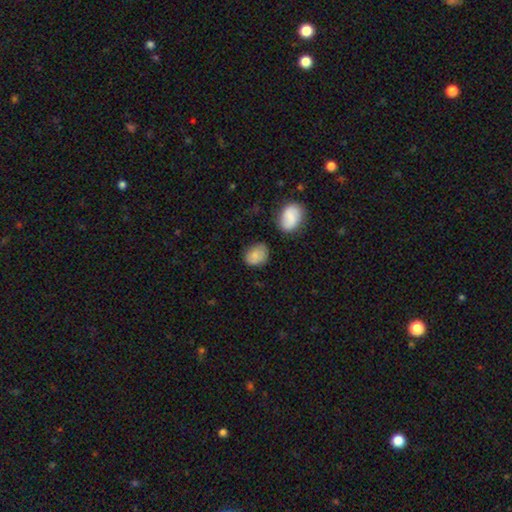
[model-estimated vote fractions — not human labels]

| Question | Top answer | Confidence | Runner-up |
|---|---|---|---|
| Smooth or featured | smooth | 80% | featured or disk (11%) |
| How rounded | in between | 62% | round (37%) |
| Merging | none | 64% | minor disturbance (26%) |